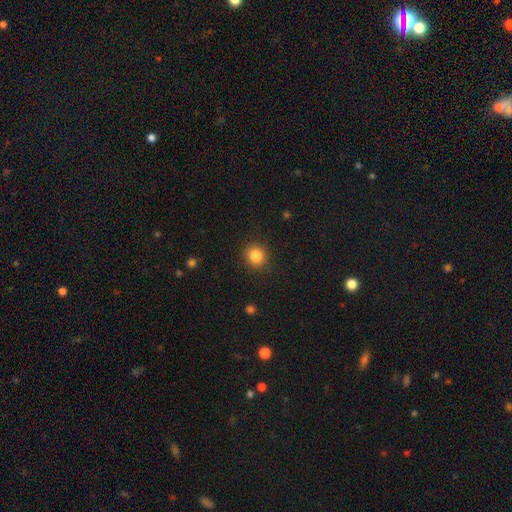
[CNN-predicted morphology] smooth 85%, star or artifact 10%, featured or disk 5%. Down the decision tree: how rounded — round (88%); merging — none (90%).